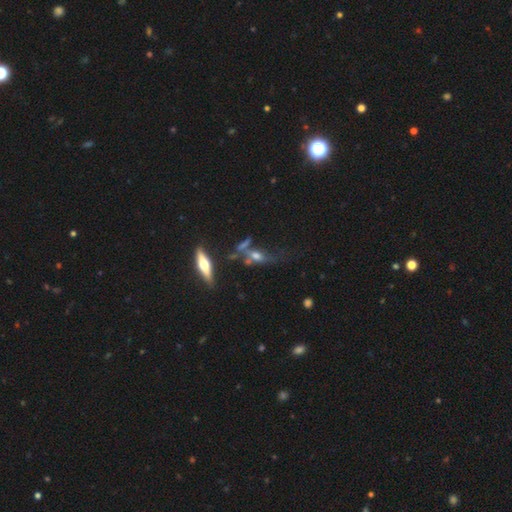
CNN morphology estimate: smooth-or-featured: featured or disk: 46% | smooth: 40% | star or artifact: 14%
  merging: none: 37% | merger: 23% | major disturbance: 20% | minor disturbance: 20%